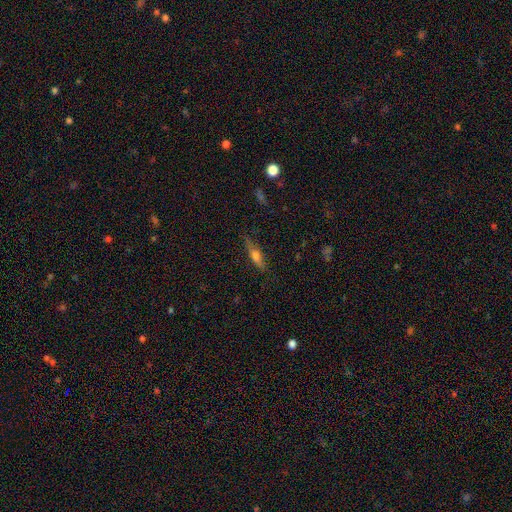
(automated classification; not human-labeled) smooth_or_featured: smooth (p=0.46) [alt: featured or disk p=0.45]
merging: none (p=0.75) [alt: minor disturbance p=0.18]